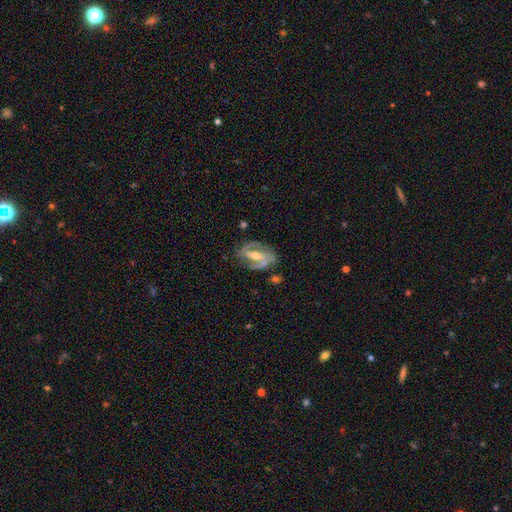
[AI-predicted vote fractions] A featured or disk galaxy (86%) with a strong bar (54%), 2 (86%) medium (48%) spiral arms (91%) and a moderate central bulge (57%). Merging: none (72%).